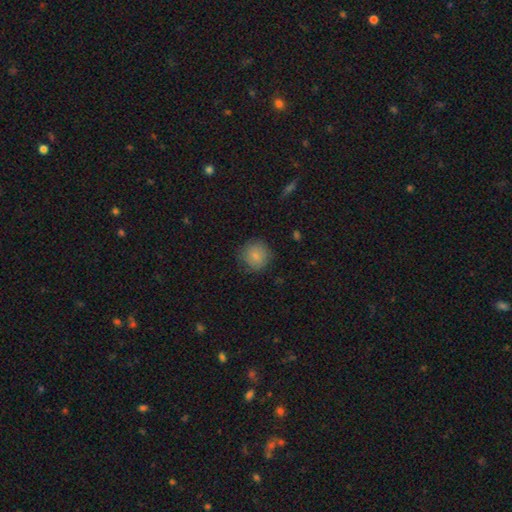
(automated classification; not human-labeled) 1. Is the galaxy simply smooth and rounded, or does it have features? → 84% smooth, 9% star or artifact, 7% featured or disk.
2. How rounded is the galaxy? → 92% round, 7% in between, 1% cigar-shaped.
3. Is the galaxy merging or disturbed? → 83% none, 12% minor disturbance, 3% major disturbance, 1% merger.